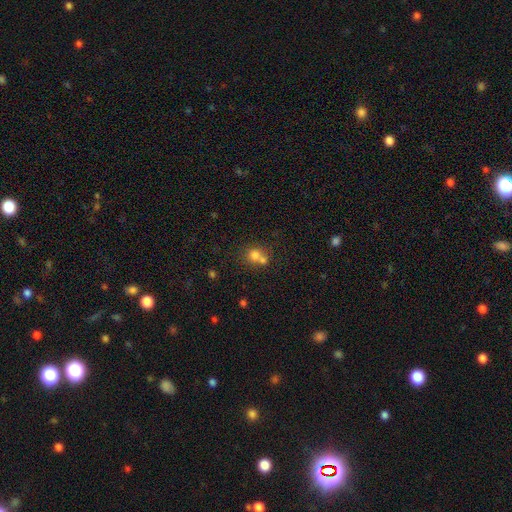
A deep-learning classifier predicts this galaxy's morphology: Q: Smooth or featured?
A: smooth (73%); runner-up: star or artifact (14%)
Q: How rounded?
A: round (79%); runner-up: in between (20%)
Q: Merging?
A: merger (50%); runner-up: none (40%)